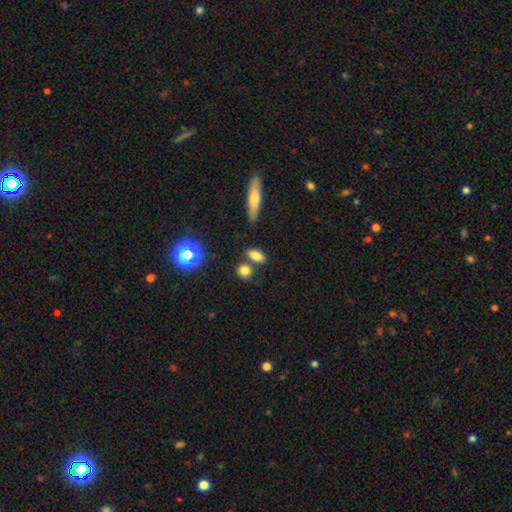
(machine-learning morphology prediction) type=smooth (79%); roundness=in between (73%); merging=none (68%).